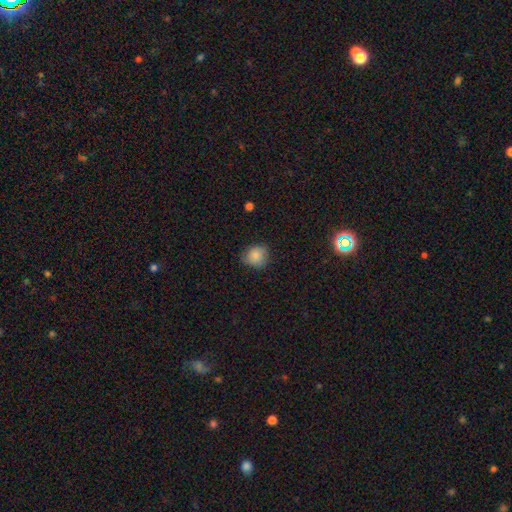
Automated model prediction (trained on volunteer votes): This is clearly a smooth galaxy (83%). How rounded: likely round (77%). Merging: likely none (70%).